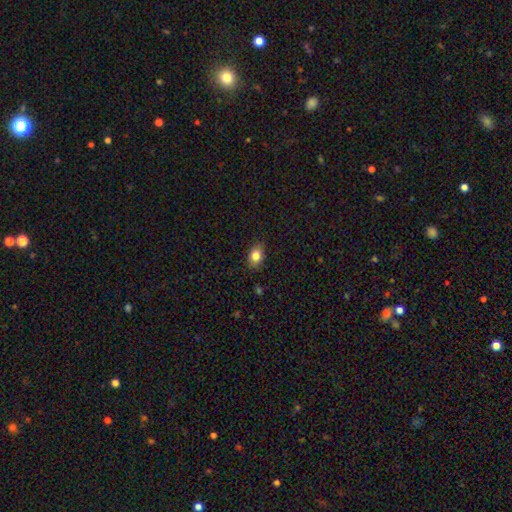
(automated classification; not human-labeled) smooth_or_featured: smooth (p=0.82) [alt: star or artifact p=0.10]
how_rounded: in between (p=0.73) [alt: round p=0.26]
merging: none (p=0.84) [alt: minor disturbance p=0.12]